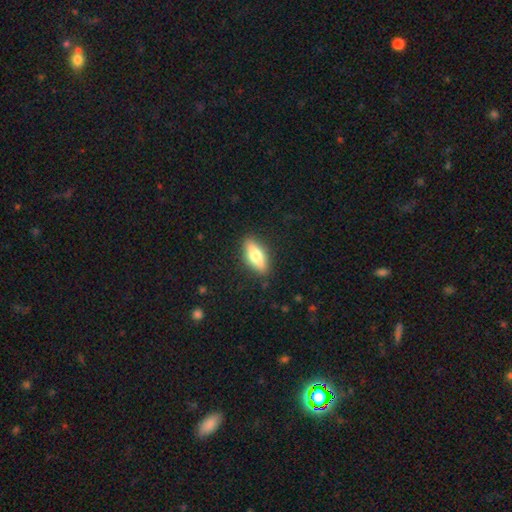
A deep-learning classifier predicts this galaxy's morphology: A smooth galaxy with no disk features (66%) that is in between round and cigar-shaped (68%).

Vote fractions:
- Smooth or featured? smooth: 66% / featured or disk: 28% / star or artifact: 6%
- How rounded? in between: 68% / cigar-shaped: 29% / round: 3%
- Merging? none: 87% / minor disturbance: 9% / major disturbance: 2% / merger: 1%